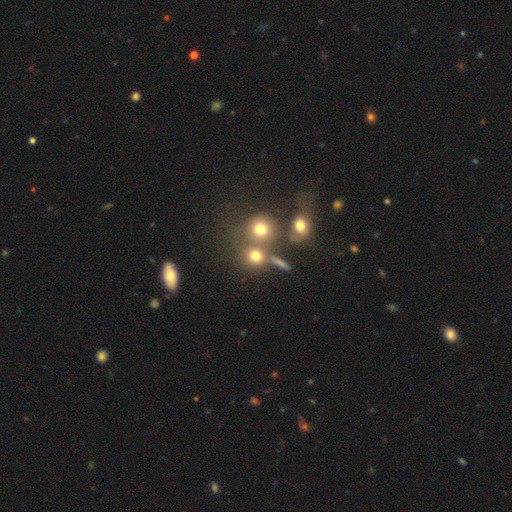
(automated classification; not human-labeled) A smooth galaxy with no disk features (73%) that is round (85%).

Vote fractions:
- Smooth or featured? smooth: 73% / star or artifact: 16% / featured or disk: 11%
- How rounded? round: 85% / in between: 13% / cigar-shaped: 2%
- Merging? none: 58% / merger: 28% / minor disturbance: 9% / major disturbance: 6%